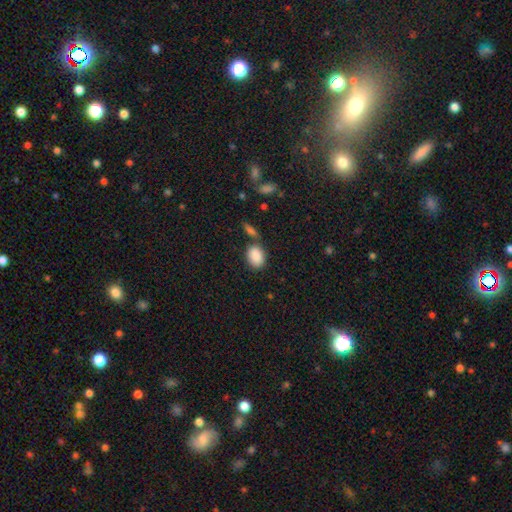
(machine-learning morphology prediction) This appears to be a smooth galaxy with no disk features (88%) that is in between round and cigar-shaped (82%). Merging: none (67%).